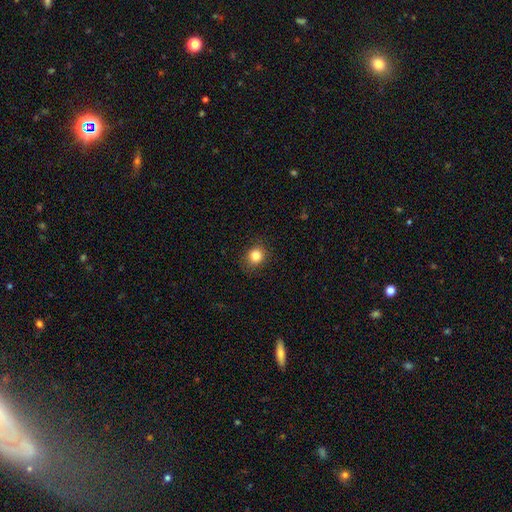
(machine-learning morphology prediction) A smooth galaxy with no disk features (83%) that is round (82%). Merging: none (87%).